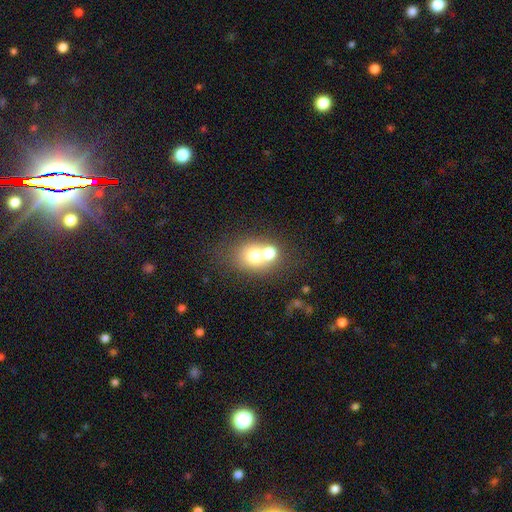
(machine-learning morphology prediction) A smooth galaxy with no disk features (67%) that is round (63%). Merging: merger (54%).